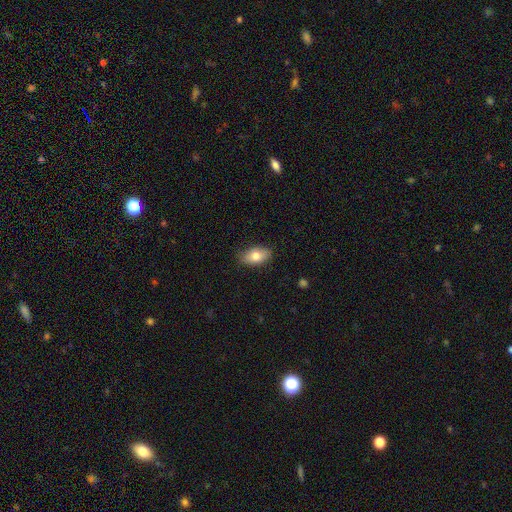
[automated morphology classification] Overall: smooth (78%). How rounded: in between (90%). Merging: none (84%).